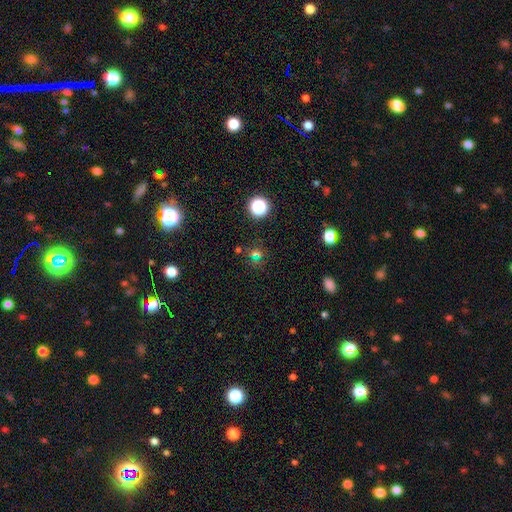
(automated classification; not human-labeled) A star or artifact, not a galaxy (47%).

Vote fractions:
- Smooth or featured? star or artifact: 47% / smooth: 43% / featured or disk: 10%